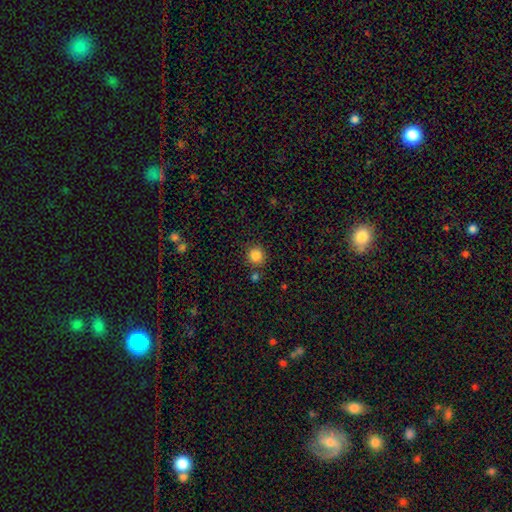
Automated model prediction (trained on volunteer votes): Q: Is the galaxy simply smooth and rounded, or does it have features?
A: smooth — 85%.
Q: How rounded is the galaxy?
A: round — 90%.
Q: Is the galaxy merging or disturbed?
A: none — 84%.